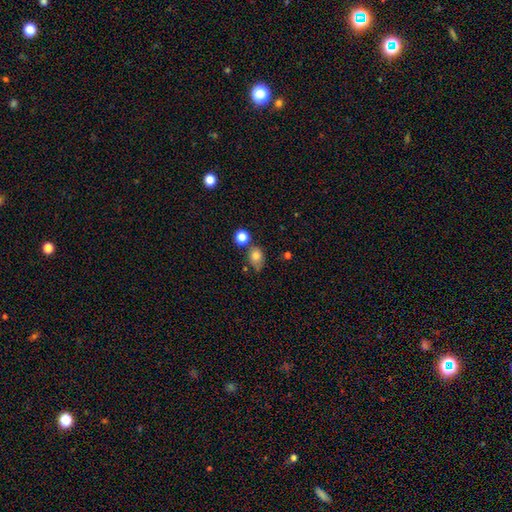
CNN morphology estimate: The model was most divided on "how rounded": in between: 53%, round: 46%, cigar-shaped: 1%. More confident: smooth or featured — smooth (77%); merging — none (54%).